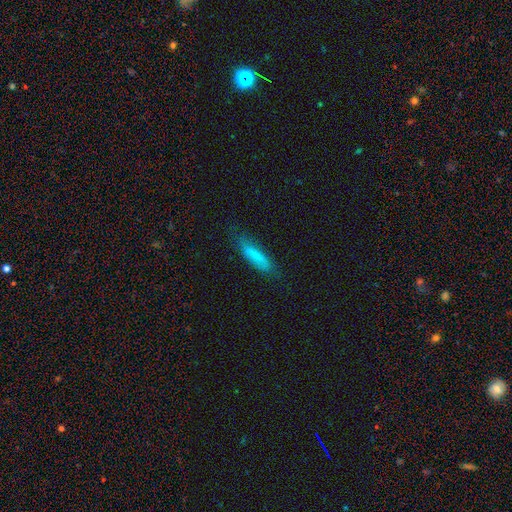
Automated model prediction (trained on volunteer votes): Smooth or featured? smooth (75%)
How rounded? cigar-shaped (69%)
Merging? none (72%)